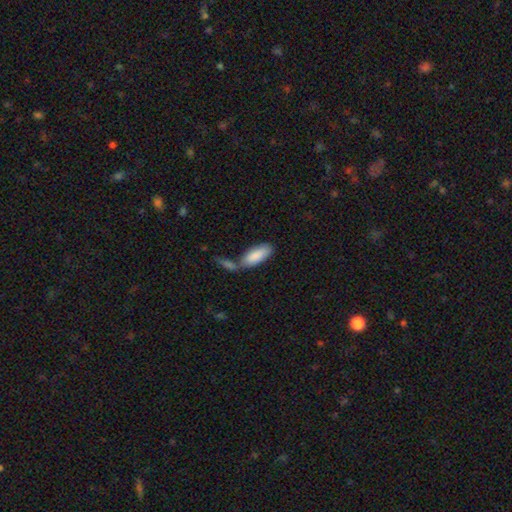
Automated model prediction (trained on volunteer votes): smooth_or_featured: smooth (p=0.87) [alt: featured or disk p=0.08]
how_rounded: in between (p=0.81) [alt: cigar-shaped p=0.17]
merging: none (p=0.48) [alt: merger p=0.32]